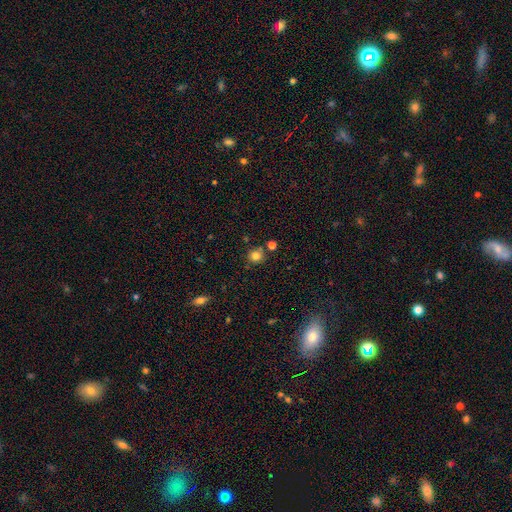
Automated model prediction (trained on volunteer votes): Q: Smooth or featured?
A: smooth (80%); runner-up: star or artifact (13%)
Q: How rounded?
A: round (91%); runner-up: in between (8%)
Q: Merging?
A: none (77%); runner-up: merger (10%)